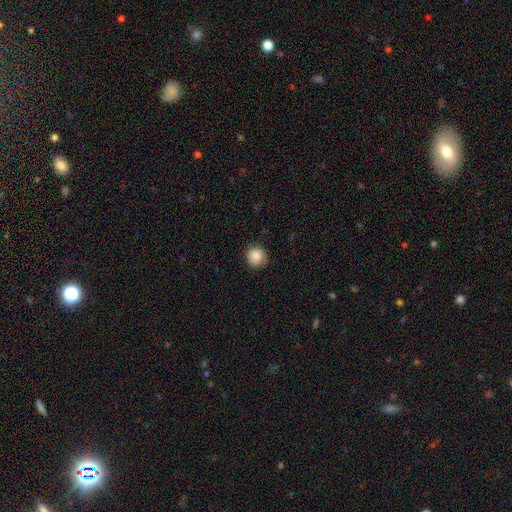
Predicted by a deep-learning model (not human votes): The model was most divided on "merging": none: 79%, minor disturbance: 17%, major disturbance: 3%, merger: 1%. More confident: how rounded — round (90%); smooth or featured — smooth (86%).